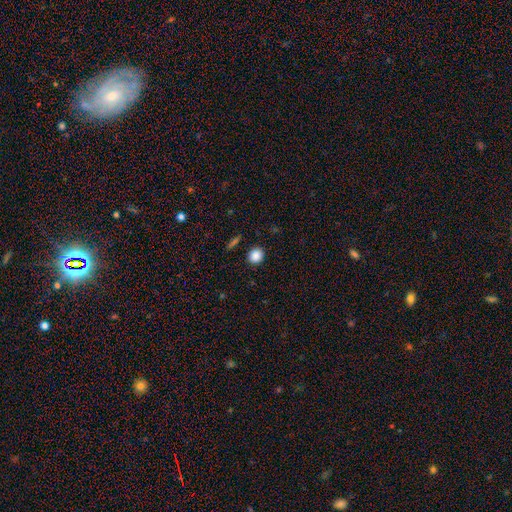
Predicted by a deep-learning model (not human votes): Q: Smooth or featured?
A: smooth (87%); runner-up: star or artifact (10%)
Q: How rounded?
A: round (82%); runner-up: in between (17%)
Q: Merging?
A: none (89%); runner-up: minor disturbance (7%)